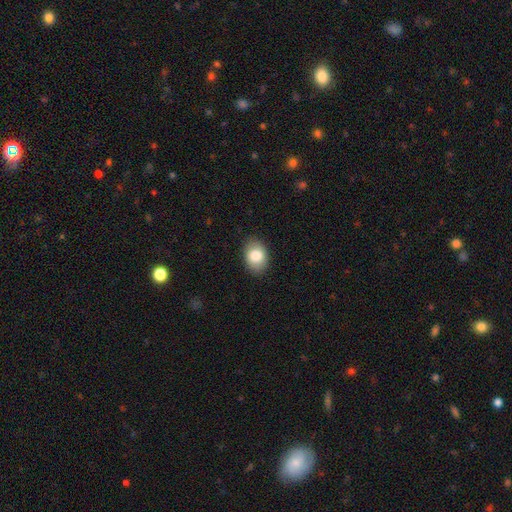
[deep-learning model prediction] smooth_or_featured: smooth (p=0.82) [alt: featured or disk p=0.11]
how_rounded: in between (p=0.77) [alt: round p=0.22]
merging: none (p=0.87) [alt: minor disturbance p=0.10]